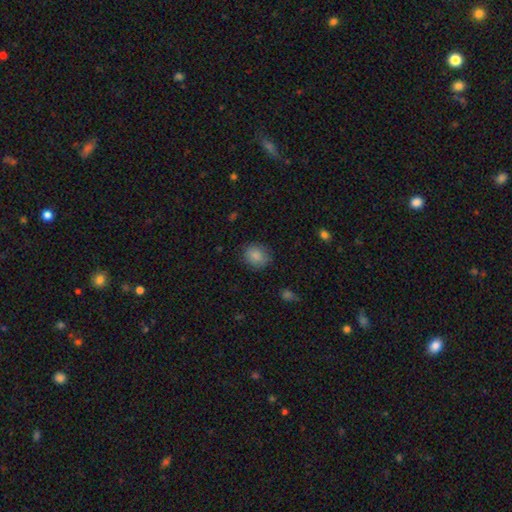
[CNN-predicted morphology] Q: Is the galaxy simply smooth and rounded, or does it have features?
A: smooth — 85%.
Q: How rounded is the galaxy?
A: round — 66%.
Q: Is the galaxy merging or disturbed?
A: none — 83%.